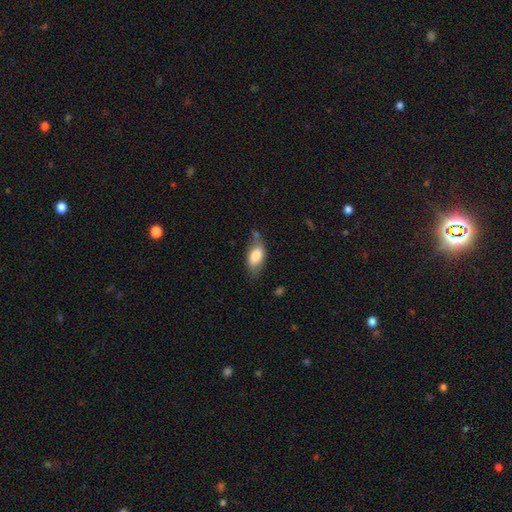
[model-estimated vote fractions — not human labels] Smooth or featured: smooth — 80% (featured or disk — 14%)
How rounded: in between — 90% (cigar-shaped — 5%)
Merging: none — 54% (minor disturbance — 29%)